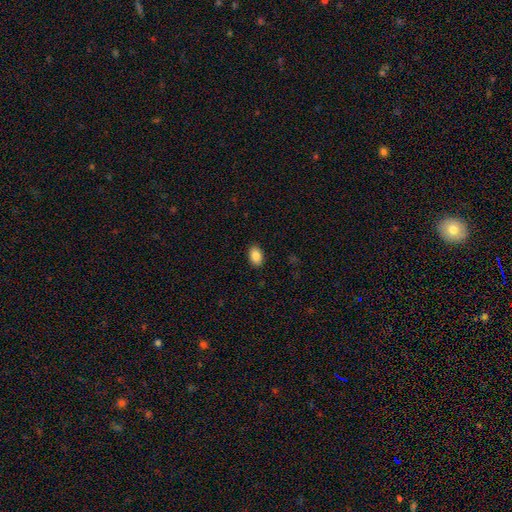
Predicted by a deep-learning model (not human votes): This appears to be a smooth galaxy with no disk features (88%) that is in between round and cigar-shaped (87%). Merging: none (89%).